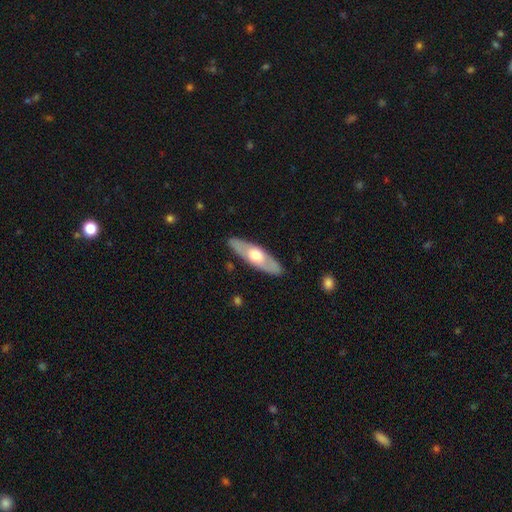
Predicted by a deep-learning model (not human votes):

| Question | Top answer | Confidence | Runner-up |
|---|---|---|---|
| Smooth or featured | featured or disk | 51% | smooth (44%) |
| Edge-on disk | yes | 55% | no (45%) |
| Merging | none | 88% | minor disturbance (9%) |